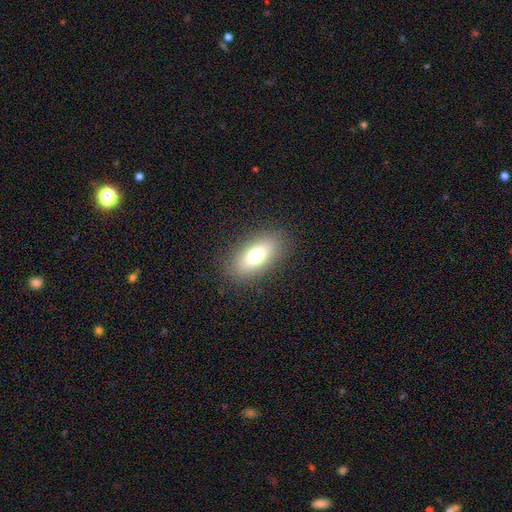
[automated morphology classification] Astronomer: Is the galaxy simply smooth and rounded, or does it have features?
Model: smooth — 70%.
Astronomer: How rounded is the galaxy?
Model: in between — 83%.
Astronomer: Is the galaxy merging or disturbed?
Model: none — 86%.